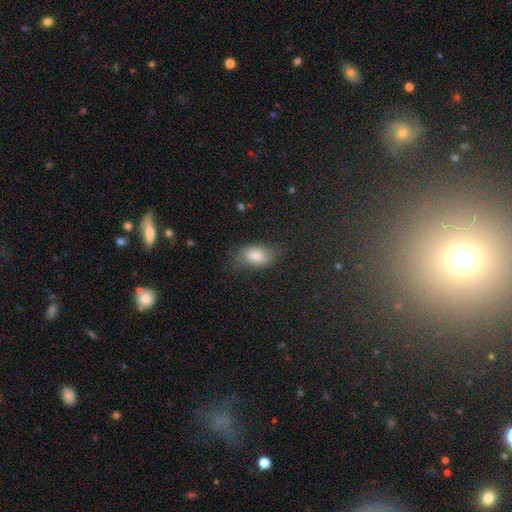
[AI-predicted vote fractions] Smooth or featured? Predicted: smooth (p=0.82). How rounded? Predicted: in between (p=0.90). Merging? Predicted: none (p=0.64).